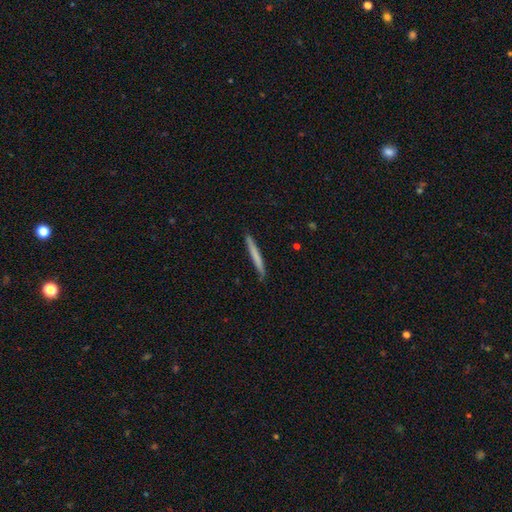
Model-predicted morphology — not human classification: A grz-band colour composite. It shows a smooth galaxy with no disk features (68%) that is cigar-shaped (97%). Merging: none (88%).